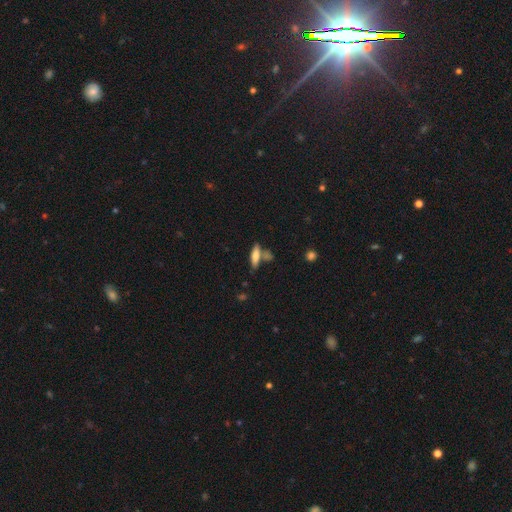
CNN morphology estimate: This appears to be a smooth galaxy with no disk features (64%) that is cigar-shaped (58%). Merging: none (58%).